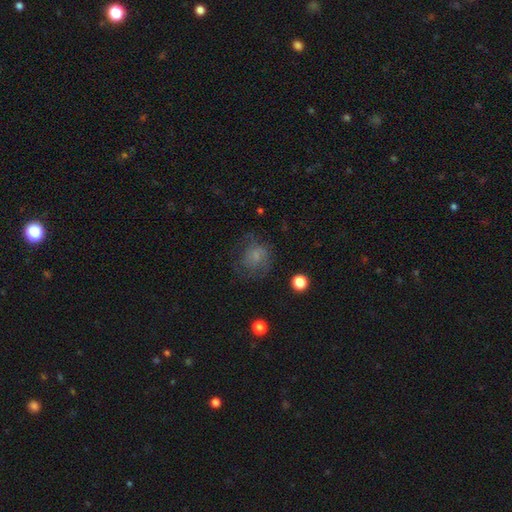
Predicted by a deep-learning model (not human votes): Morphology: type=smooth (59%); roundness=round (75%); merging=none (55%).